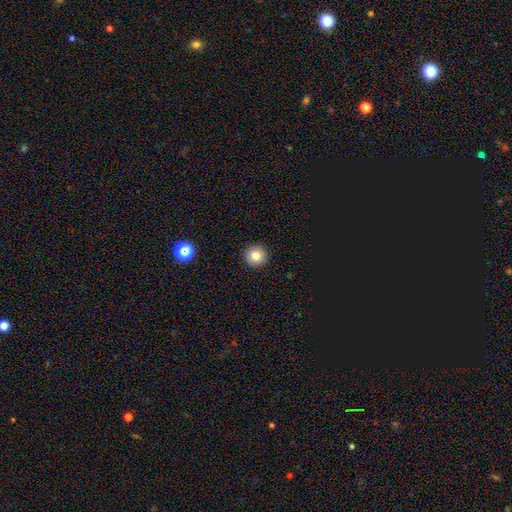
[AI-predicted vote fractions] smooth-or-featured: smooth: 82% | star or artifact: 11% | featured or disk: 7%
  how-rounded: round: 95% | in between: 4% | cigar-shaped: 1%
  merging: none: 93% | minor disturbance: 4% | major disturbance: 1% | merger: 1%